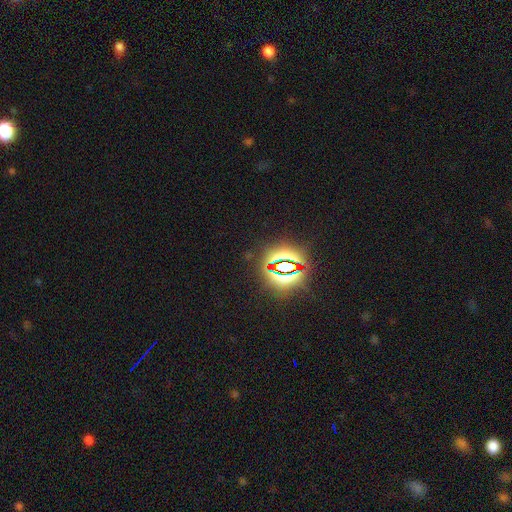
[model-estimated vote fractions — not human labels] smooth-or-featured: star or artifact: 83% | smooth: 10% | featured or disk: 7%